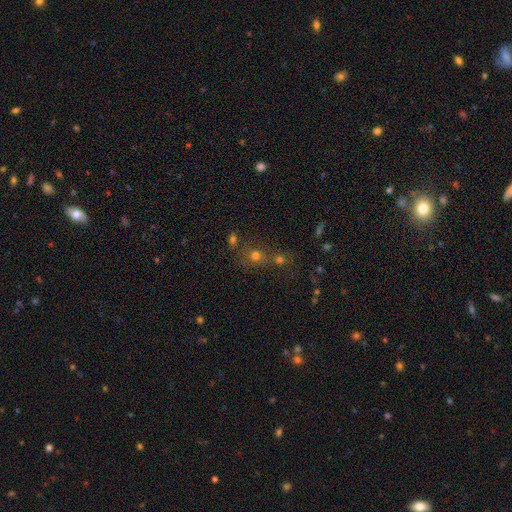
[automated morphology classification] Q: Smooth or featured?
A: smooth (60%); runner-up: star or artifact (28%)
Q: How rounded?
A: round (79%); runner-up: in between (19%)
Q: Merging?
A: none (50%); runner-up: merger (36%)